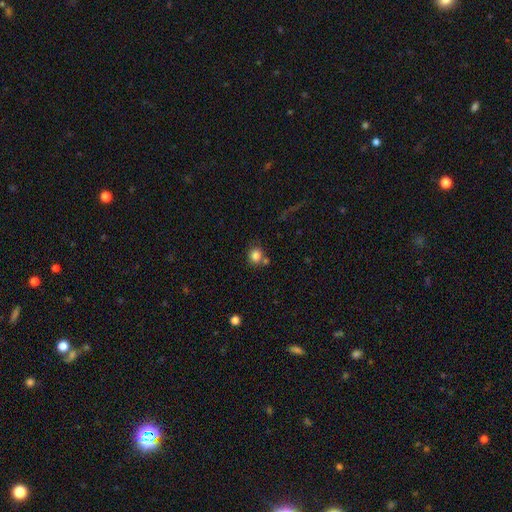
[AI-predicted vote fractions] This is clearly a smooth galaxy (83%). How rounded: clearly round (87%). Merging: likely none (67%).